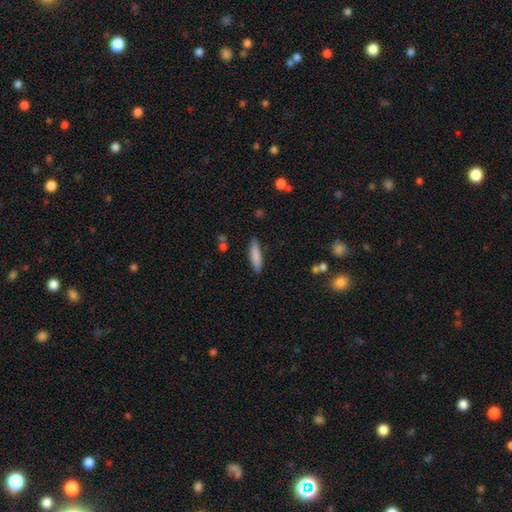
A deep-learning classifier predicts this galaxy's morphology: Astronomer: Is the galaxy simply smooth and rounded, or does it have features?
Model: smooth — 84%.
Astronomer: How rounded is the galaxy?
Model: cigar-shaped — 74%.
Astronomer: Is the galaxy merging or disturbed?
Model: none — 86%.